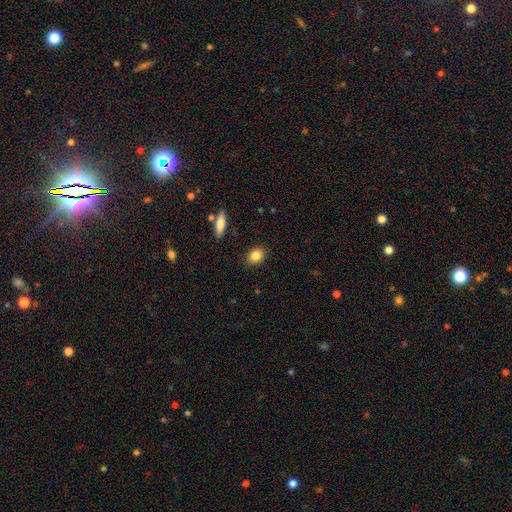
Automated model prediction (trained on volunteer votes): Smooth or featured? Predicted: smooth (p=0.85). How rounded? Predicted: in between (p=0.51). Merging? Predicted: none (p=0.90).